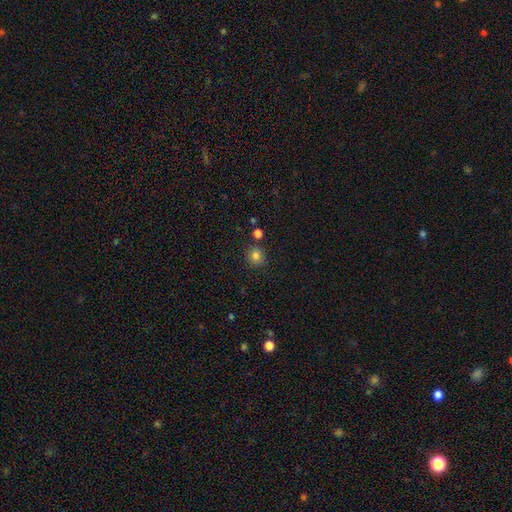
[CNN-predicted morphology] Smooth or featured? smooth (81%)
How rounded? round (88%)
Merging? none (83%)